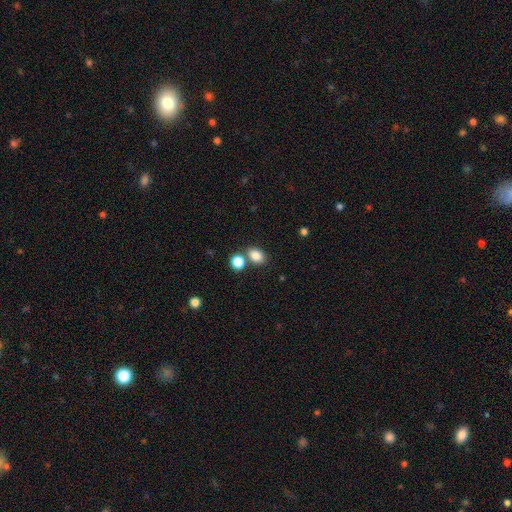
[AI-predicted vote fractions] Smooth or featured: smooth — 83% (star or artifact — 11%)
How rounded: in between — 62% (round — 37%)
Merging: none — 62% (merger — 25%)